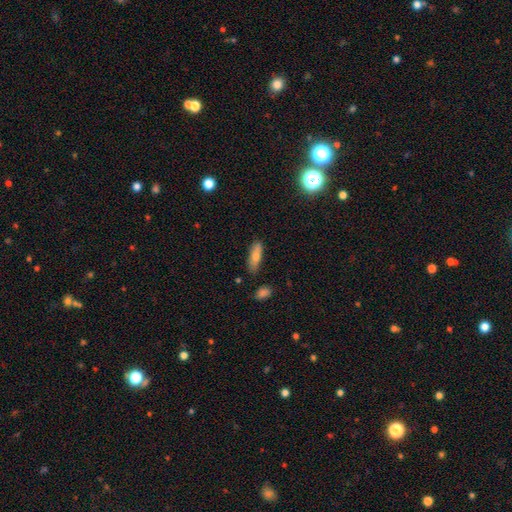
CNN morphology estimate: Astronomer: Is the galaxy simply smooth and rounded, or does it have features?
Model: smooth — 72%.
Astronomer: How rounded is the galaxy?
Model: cigar-shaped — 50% (runner-up: in between, 48%).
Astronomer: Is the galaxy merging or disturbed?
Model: none — 81%.